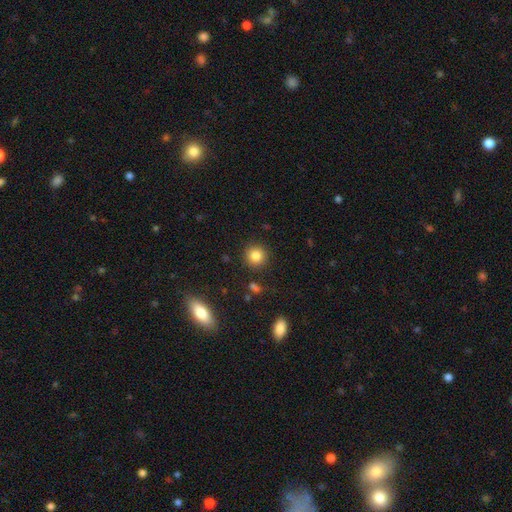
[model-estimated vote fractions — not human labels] This appears to be a smooth galaxy with no disk features (84%) that is round (92%). Merging: none (89%).